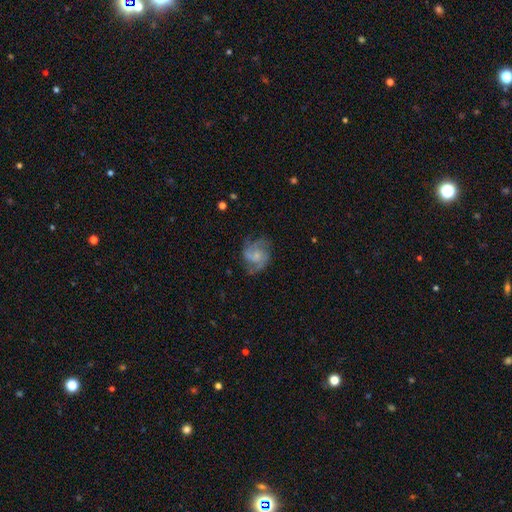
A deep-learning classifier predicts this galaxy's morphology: A featured or disk galaxy (72%) with no bar (69%), 2 (42%) medium (51%) spiral arms (92%) and a small central bulge (66%).

Vote fractions:
- Smooth or featured? featured or disk: 72% / smooth: 20% / star or artifact: 7%
- Edge-on disk? no: 98% / yes: 2%
- Bar? no: 69% / weak: 27% / strong: 4%
- Spiral arms? yes: 92% / no: 8%
- Spiral winding? medium: 51% / loose: 26% / tight: 23%
- Spiral arm count? 2: 42% / 3: 27% / can't tell: 16% / 4: 6% / 1: 5% / more than 4: 4%
- Bulge size? small: 66% / moderate: 22% / none: 10% / large: 2% / dominant: 1%
- Merging? none: 63% / minor disturbance: 22% / major disturbance: 13% / merger: 2%